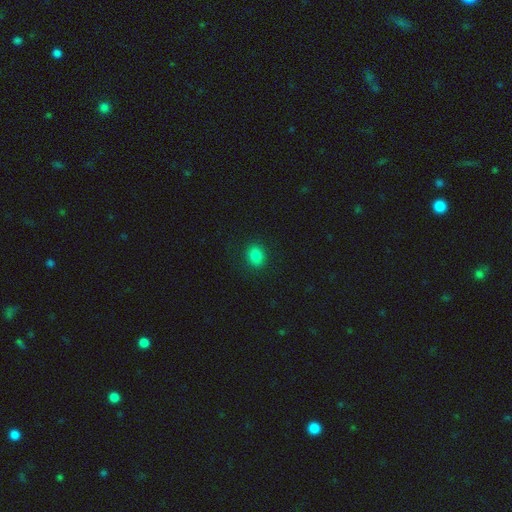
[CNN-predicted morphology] A smooth galaxy with no disk features (84%) that is round (51%).

Vote fractions:
- Smooth or featured? smooth: 84% / star or artifact: 12% / featured or disk: 4%
- How rounded? round: 51% / in between: 48% / cigar-shaped: 1%
- Merging? none: 88% / minor disturbance: 8% / major disturbance: 3% / merger: 1%